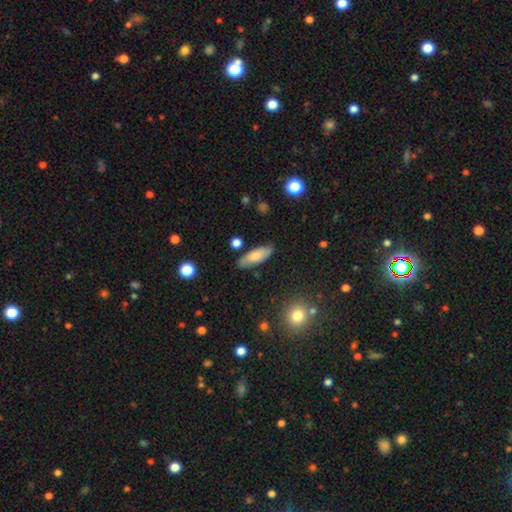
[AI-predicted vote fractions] This appears to be a smooth galaxy with no disk features (72%) that is in between round and cigar-shaped (66%). Merging: none (82%).